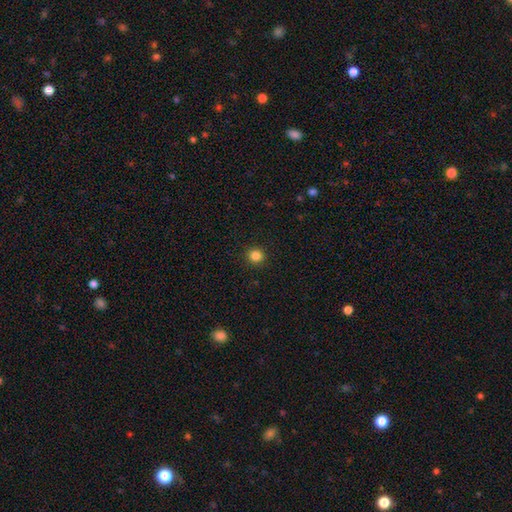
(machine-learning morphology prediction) Smooth or featured: smooth — 84% (star or artifact — 12%)
How rounded: round — 91% (in between — 8%)
Merging: none — 92% (minor disturbance — 5%)